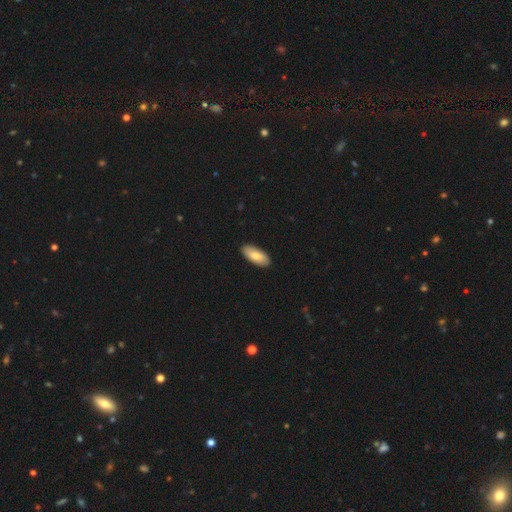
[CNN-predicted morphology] smooth_or_featured: smooth (p=0.79) [alt: featured or disk p=0.16]
how_rounded: in between (p=0.86) [alt: cigar-shaped p=0.12]
merging: none (p=0.90) [alt: minor disturbance p=0.07]